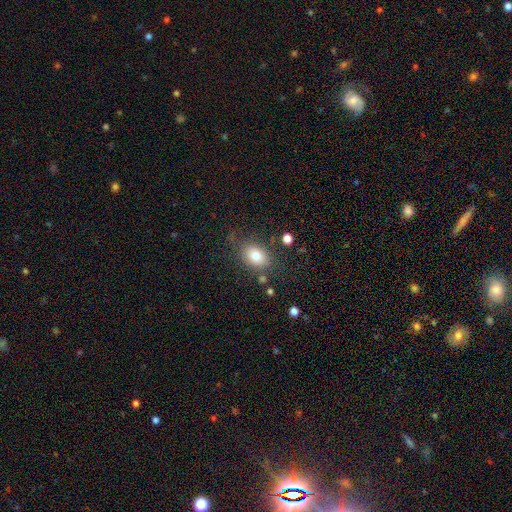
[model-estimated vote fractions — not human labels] smooth 80%, featured or disk 11%, star or artifact 10%. Down the decision tree: how rounded — in between (74%); merging — none (71%).